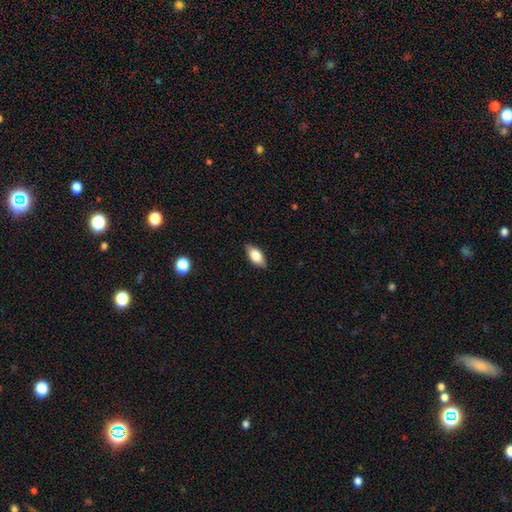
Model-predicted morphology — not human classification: Smooth or featured: smooth — 80% (featured or disk — 14%)
How rounded: in between — 89% (cigar-shaped — 8%)
Merging: none — 86% (minor disturbance — 11%)